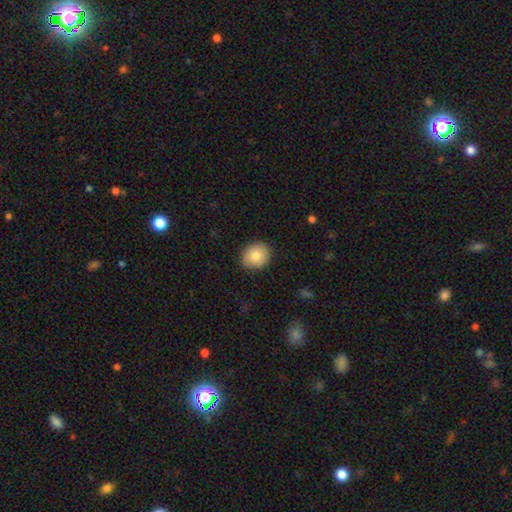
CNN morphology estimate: smooth-or-featured: smooth: 83% | featured or disk: 9% | star or artifact: 7%
  how-rounded: round: 67% | in between: 32% | cigar-shaped: 1%
  merging: none: 88% | minor disturbance: 9% | major disturbance: 2% | merger: 1%